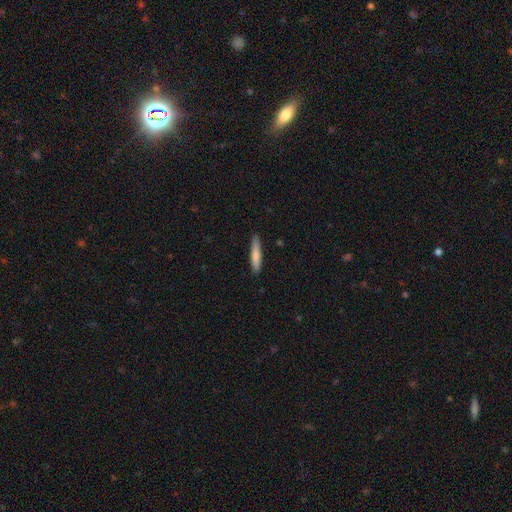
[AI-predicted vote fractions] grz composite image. It shows a smooth galaxy with no disk features (78%) that is cigar-shaped (89%). Merging: none (88%).